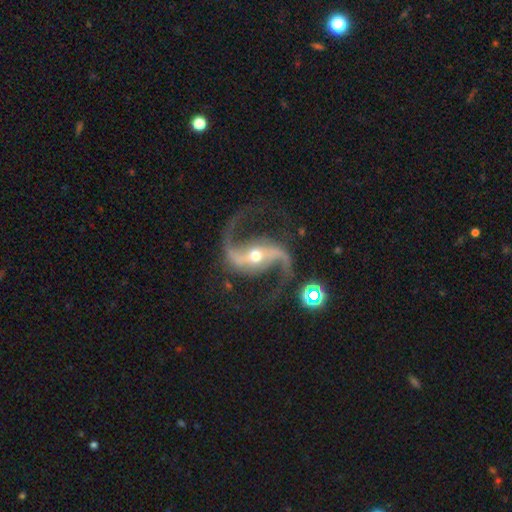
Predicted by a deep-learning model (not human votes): Morphology: type=featured or disk (93%); edge-on=no (98%); bar=strong (52%); spiral arms=yes (98%); winding=loose (64%); arm count=2 (95%); bulge=moderate (66%); merging=none (79%).